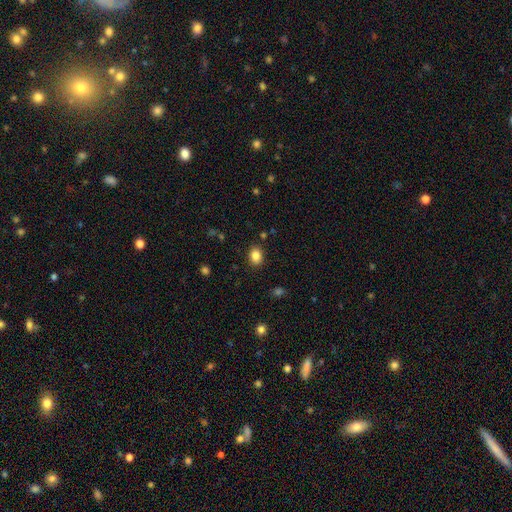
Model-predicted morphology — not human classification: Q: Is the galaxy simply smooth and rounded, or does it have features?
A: smooth — 85%.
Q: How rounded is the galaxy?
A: in between — 59%.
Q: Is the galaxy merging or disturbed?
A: none — 87%.